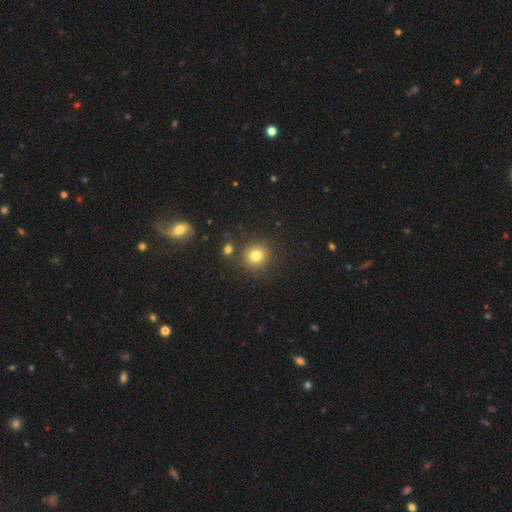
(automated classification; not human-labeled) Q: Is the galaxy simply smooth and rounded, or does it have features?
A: smooth — 80%.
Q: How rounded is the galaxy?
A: round — 91%.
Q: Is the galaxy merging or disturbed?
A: none — 84%.